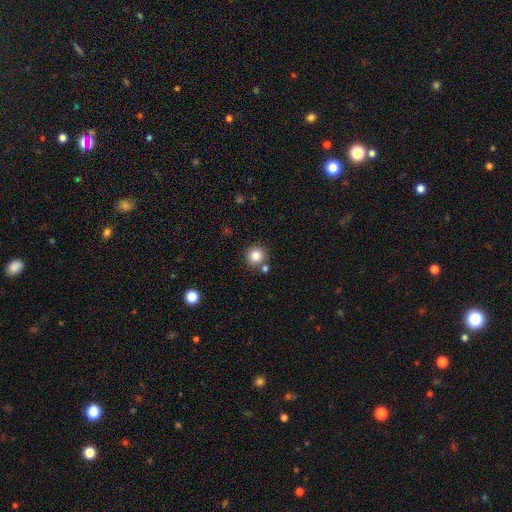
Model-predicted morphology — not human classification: Smooth or featured?
  - smooth: 84% *
  - star or artifact: 11%
  - featured or disk: 5%
How rounded?
  - round: 92% *
  - in between: 7%
  - cigar-shaped: 1%
Merging?
  - none: 79% *
  - merger: 11%
  - minor disturbance: 8%
  - major disturbance: 3%